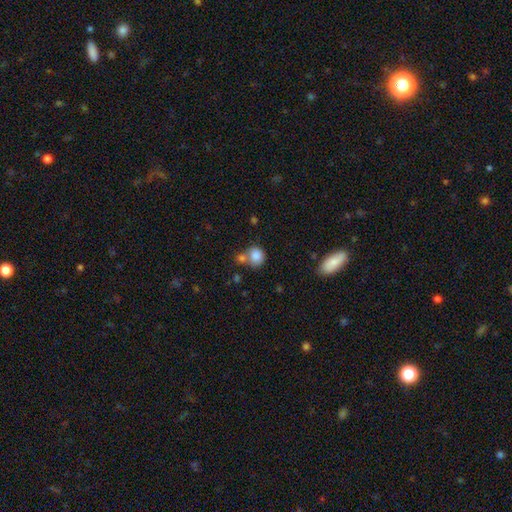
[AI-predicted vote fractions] Q: Smooth or featured?
A: smooth (84%); runner-up: star or artifact (9%)
Q: How rounded?
A: round (75%); runner-up: in between (24%)
Q: Merging?
A: none (50%); runner-up: merger (32%)